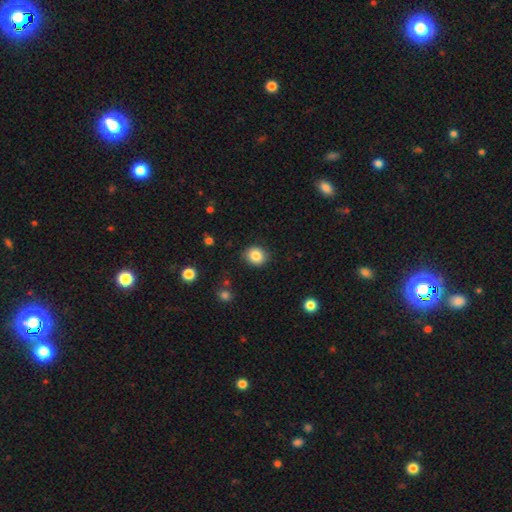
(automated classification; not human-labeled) Smooth or featured? smooth (85%)
How rounded? round (77%)
Merging? none (87%)